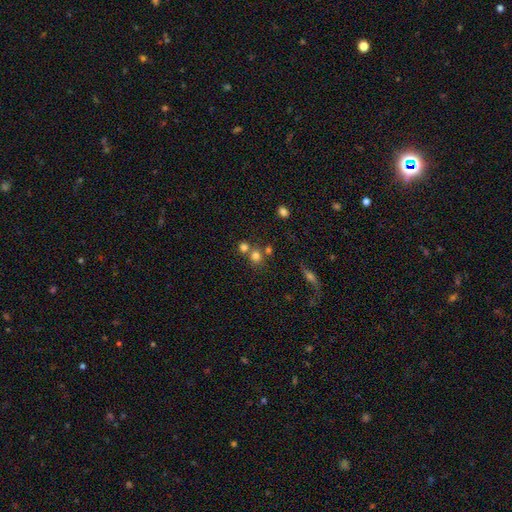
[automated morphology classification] A smooth galaxy with no disk features (75%) that is round (84%). Merging: none (54%).